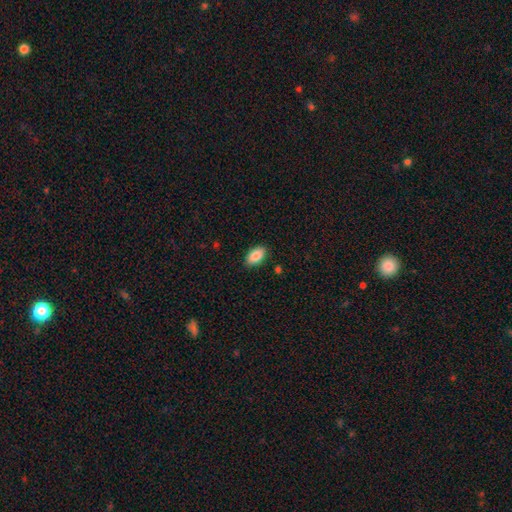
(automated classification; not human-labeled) A smooth galaxy with no disk features (87%) that is in between round and cigar-shaped (93%).

Vote fractions:
- Smooth or featured? smooth: 87% / star or artifact: 7% / featured or disk: 6%
- How rounded? in between: 93% / round: 4% / cigar-shaped: 3%
- Merging? none: 88% / minor disturbance: 9% / major disturbance: 2% / merger: 1%